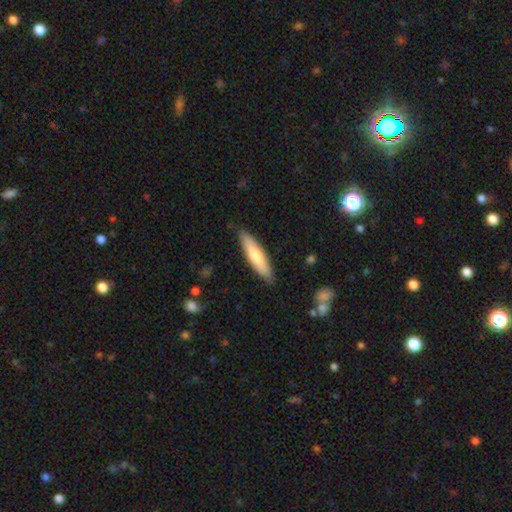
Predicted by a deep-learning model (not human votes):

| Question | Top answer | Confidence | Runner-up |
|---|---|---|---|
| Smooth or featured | smooth | 68% | featured or disk (27%) |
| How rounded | cigar-shaped | 77% | in between (22%) |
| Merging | none | 87% | minor disturbance (10%) |